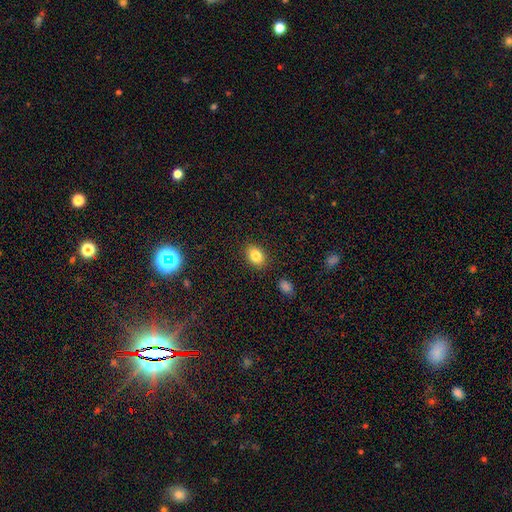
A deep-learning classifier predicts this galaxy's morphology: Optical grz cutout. It shows a smooth galaxy with no disk features (83%) that is in between round and cigar-shaped (69%). Merging: none (87%).